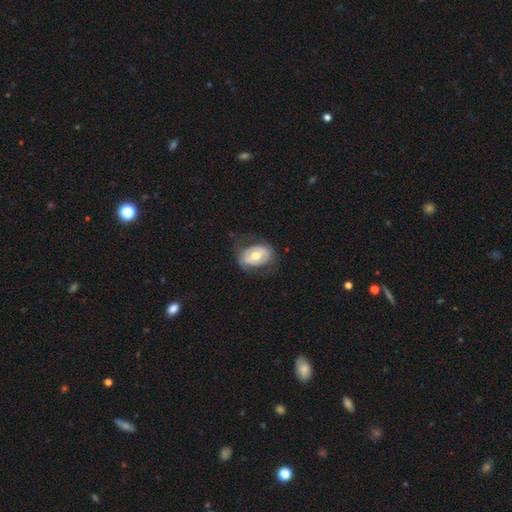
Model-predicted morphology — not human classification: smooth-or-featured: featured or disk: 50% | smooth: 44% | star or artifact: 6%
  merging: none: 67% | minor disturbance: 20% | major disturbance: 12% | merger: 1%